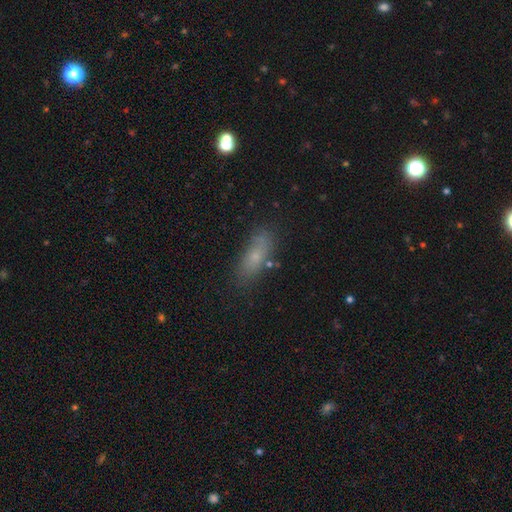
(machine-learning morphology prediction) Smooth or featured: smooth — 68% (featured or disk — 19%)
How rounded: in between — 59% (cigar-shaped — 36%)
Merging: none — 75% (minor disturbance — 16%)